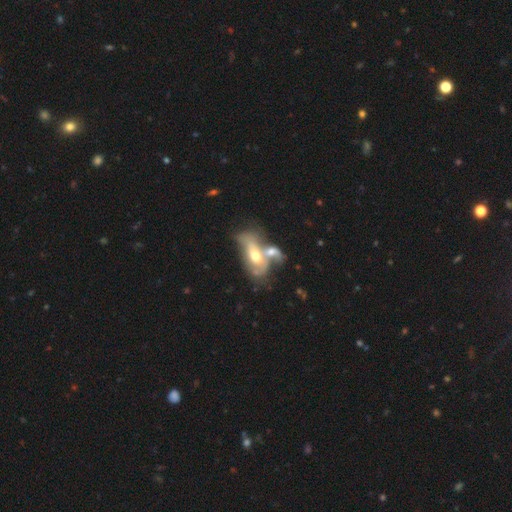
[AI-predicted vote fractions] smooth-or-featured: featured or disk: 53% | smooth: 40% | star or artifact: 7%
  disk-edge-on: no: 87% | yes: 13%
  merging: merger: 69% | none: 13% | major disturbance: 10% | minor disturbance: 8%